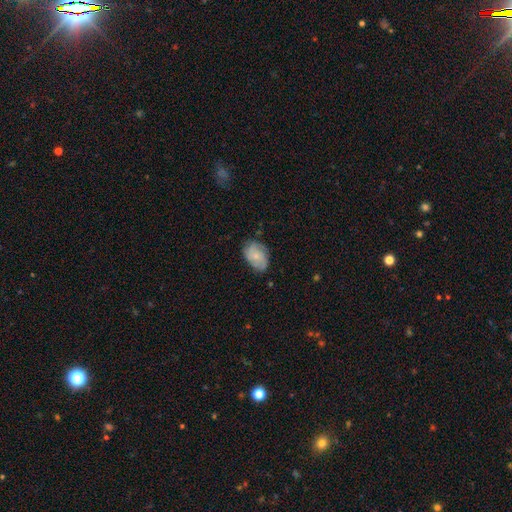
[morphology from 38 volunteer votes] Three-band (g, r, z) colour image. It shows a smooth galaxy with no disk features (47%) that is in between round and cigar-shaped (67%). Merging: none (60%).